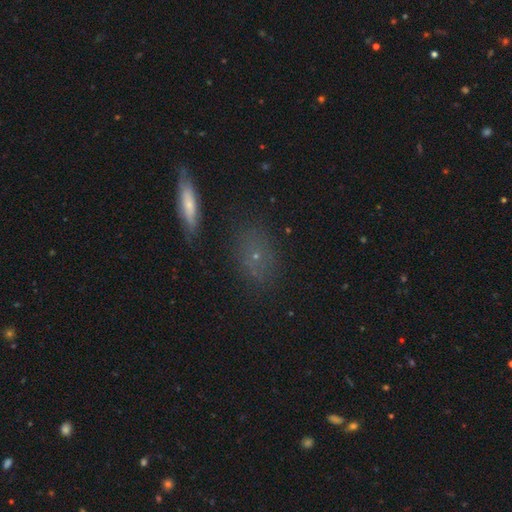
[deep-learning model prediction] Morphology: type=smooth (55%); roundness=in between (60%); merging=none (79%).